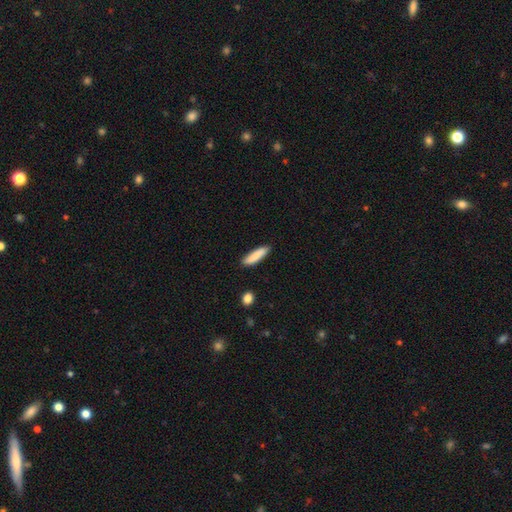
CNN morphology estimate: smooth-or-featured: smooth: 86% | featured or disk: 8% | star or artifact: 6%
  how-rounded: cigar-shaped: 75% | in between: 24% | round: 1%
  merging: none: 86% | minor disturbance: 10% | major disturbance: 2% | merger: 2%